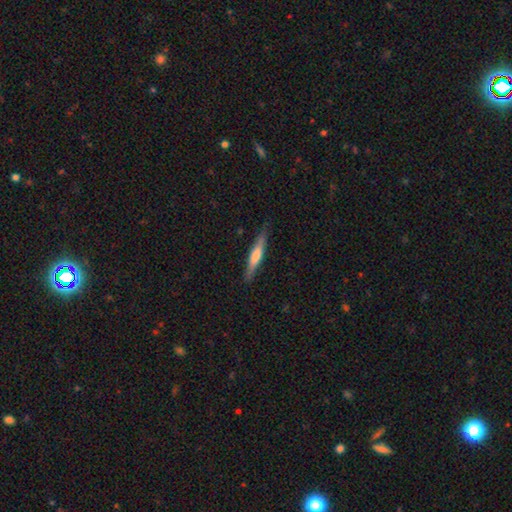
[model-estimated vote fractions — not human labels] smooth-or-featured: smooth: 49% | featured or disk: 45% | star or artifact: 6%
  merging: none: 87% | minor disturbance: 10% | major disturbance: 2% | merger: 1%